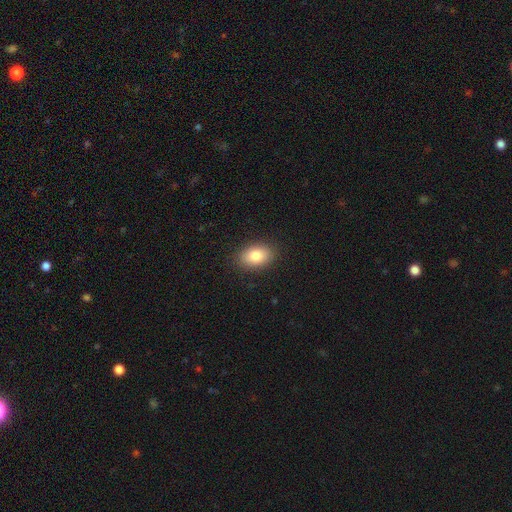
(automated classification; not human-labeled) smooth_or_featured: smooth (p=0.83) [alt: featured or disk p=0.09]
how_rounded: in between (p=0.86) [alt: round p=0.12]
merging: none (p=0.88) [alt: minor disturbance p=0.09]